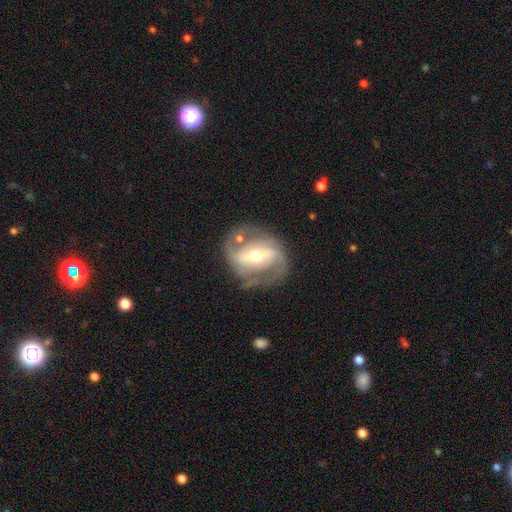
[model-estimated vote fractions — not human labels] A featured or disk galaxy (79%) with a strong bar (51%), 2 (83%) medium (45%) spiral arms (80%) and a moderate central bulge (64%). Merging: none (71%).